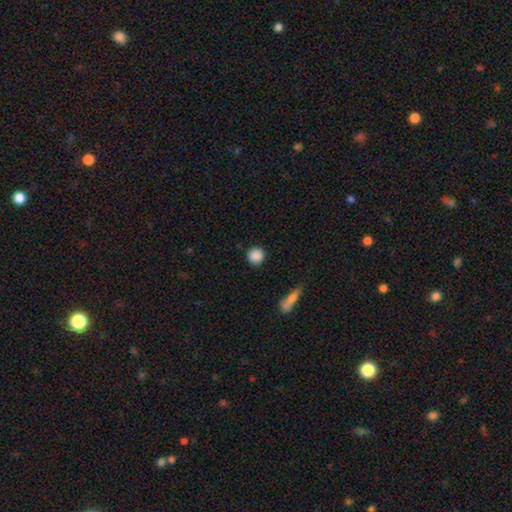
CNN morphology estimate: Q: Smooth or featured?
A: smooth (88%); runner-up: star or artifact (8%)
Q: How rounded?
A: round (93%); runner-up: in between (6%)
Q: Merging?
A: none (90%); runner-up: minor disturbance (6%)